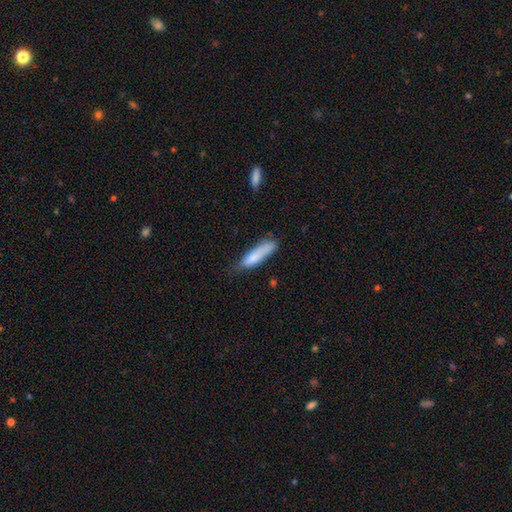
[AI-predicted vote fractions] Q: Smooth or featured?
A: smooth (81%); runner-up: featured or disk (13%)
Q: How rounded?
A: cigar-shaped (74%); runner-up: in between (25%)
Q: Merging?
A: none (57%); runner-up: minor disturbance (32%)